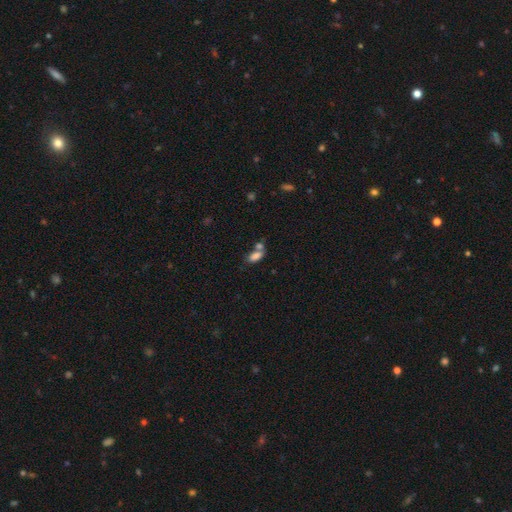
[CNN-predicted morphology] Smooth or featured: smooth — 80% (star or artifact — 10%)
How rounded: in between — 87% (cigar-shaped — 9%)
Merging: merger — 44% (none — 39%)